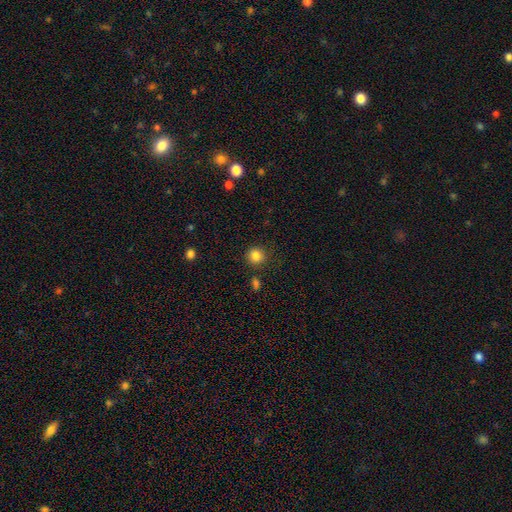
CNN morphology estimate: The model was most divided on "smooth or featured": smooth: 84%, star or artifact: 11%, featured or disk: 5%. More confident: how rounded — round (92%); merging — none (87%).